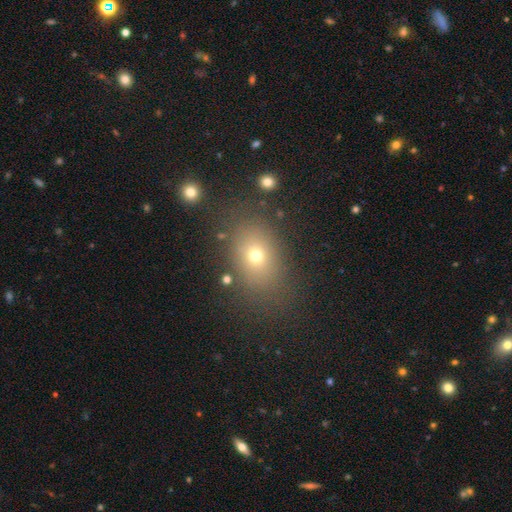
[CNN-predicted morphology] smooth-or-featured: smooth: 68% | star or artifact: 17% | featured or disk: 14%
  how-rounded: in between: 67% | round: 32% | cigar-shaped: 1%
  merging: none: 79% | minor disturbance: 12% | major disturbance: 6% | merger: 3%